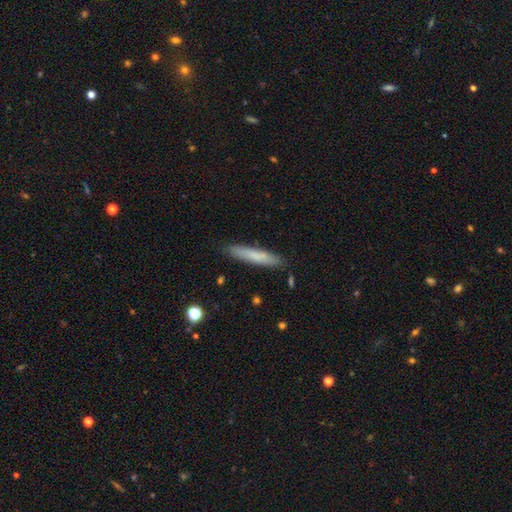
This appears to be a smooth galaxy with no disk features (79%) that is cigar-shaped (87%). Merging: none (86%).